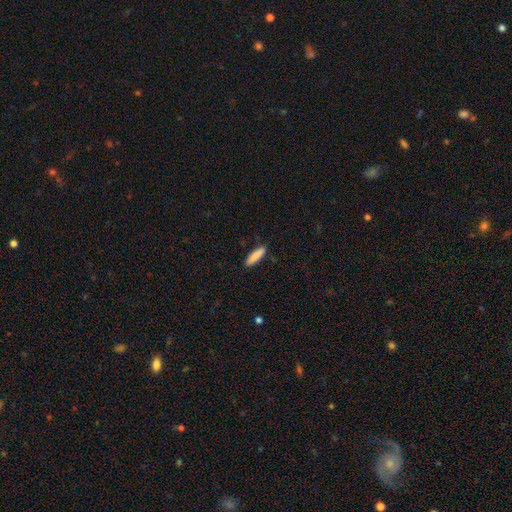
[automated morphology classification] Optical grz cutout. It shows a smooth galaxy with no disk features (86%) that is cigar-shaped (67%). Merging: none (86%).